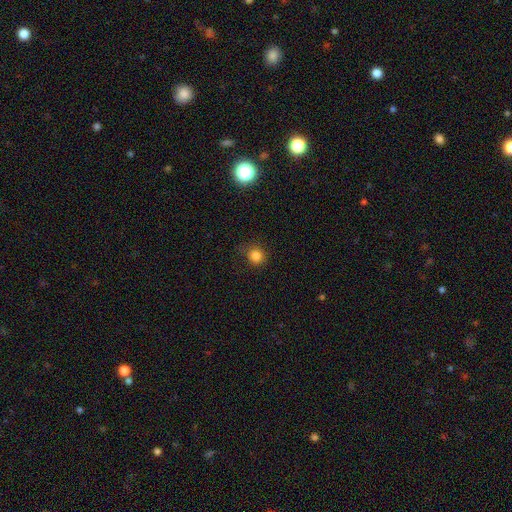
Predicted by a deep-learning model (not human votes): This is clearly a smooth galaxy (82%). How rounded: clearly round (89%). Merging: likely none (80%).